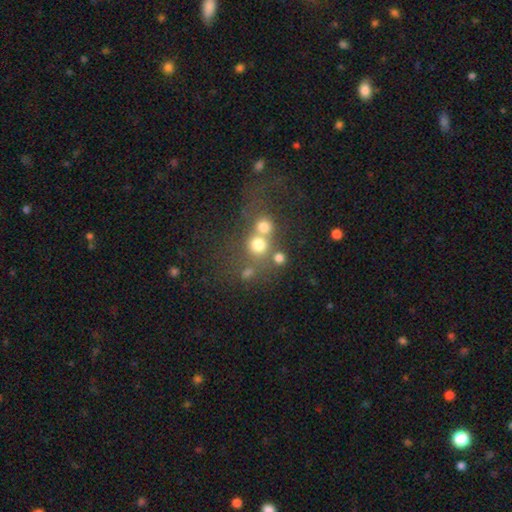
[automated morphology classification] A smooth galaxy with no disk features (43%). Merging: merger (55%).